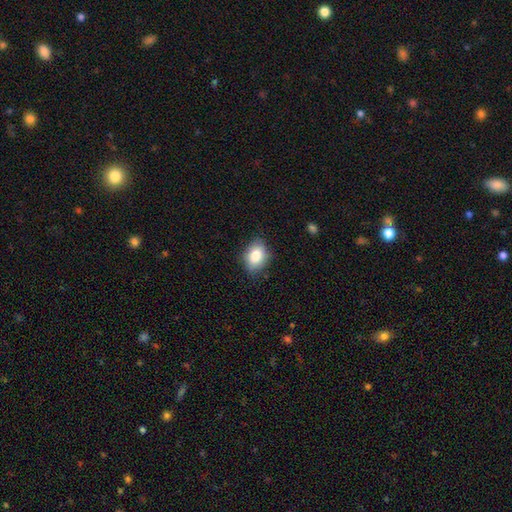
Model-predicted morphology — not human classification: The model was most divided on "how rounded": in between: 78%, round: 21%, cigar-shaped: 1%. More confident: smooth or featured — smooth (84%); merging — none (79%).